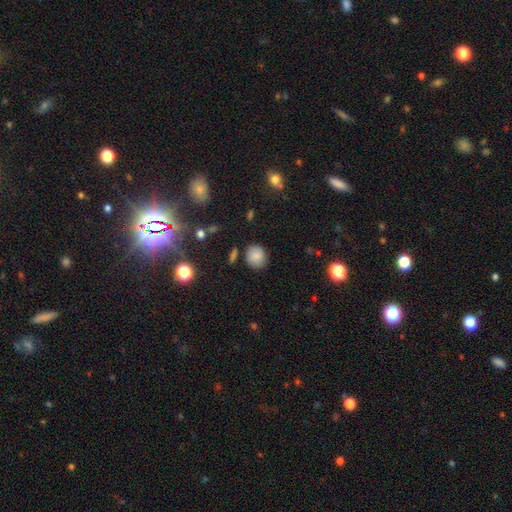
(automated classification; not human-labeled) Morphology: type=smooth (83%); roundness=round (75%); merging=none (81%).